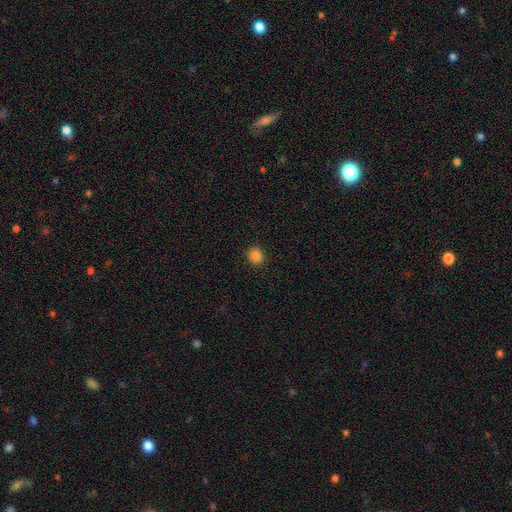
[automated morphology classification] smooth 85%, star or artifact 12%, featured or disk 3%. Down the decision tree: how rounded — round (77%); merging — none (91%).